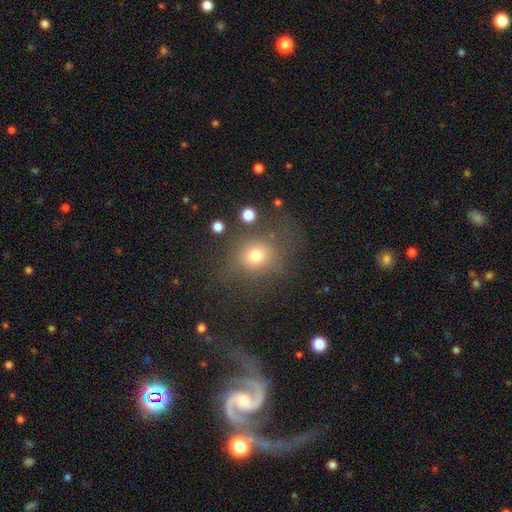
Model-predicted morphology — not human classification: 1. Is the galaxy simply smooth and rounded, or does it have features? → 71% smooth, 18% star or artifact, 11% featured or disk.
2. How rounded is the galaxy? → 74% round, 24% in between, 1% cigar-shaped.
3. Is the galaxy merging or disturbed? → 67% none, 16% minor disturbance, 12% major disturbance, 5% merger.